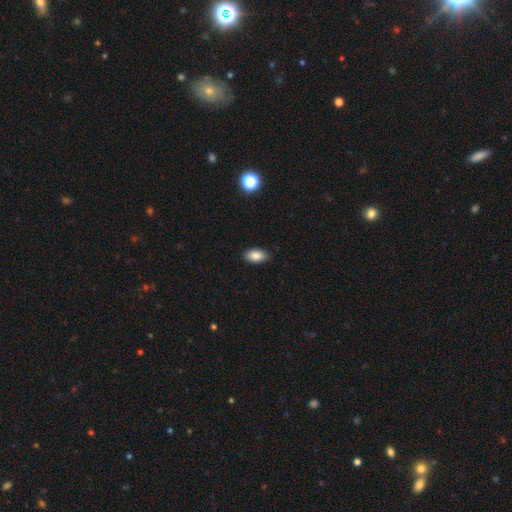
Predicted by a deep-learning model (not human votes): Smooth or featured?
  - smooth: 85% *
  - star or artifact: 8%
  - featured or disk: 7%
How rounded?
  - in between: 92% *
  - round: 5%
  - cigar-shaped: 3%
Merging?
  - none: 87% *
  - minor disturbance: 10%
  - major disturbance: 2%
  - merger: 1%